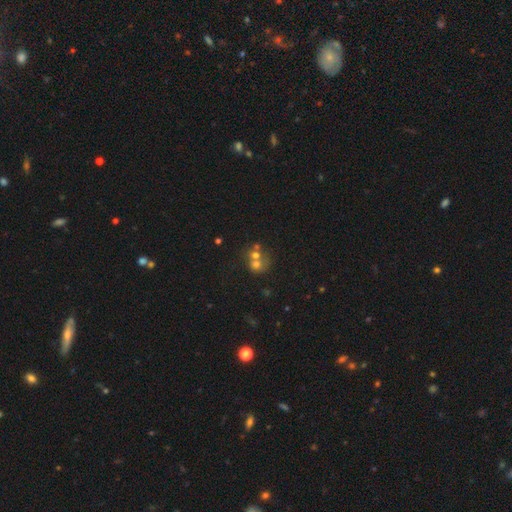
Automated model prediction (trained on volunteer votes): The model was most divided on "smooth or featured": smooth: 56%, featured or disk: 26%, star or artifact: 17%. More confident: how rounded — round (72%); merging — merger (60%).